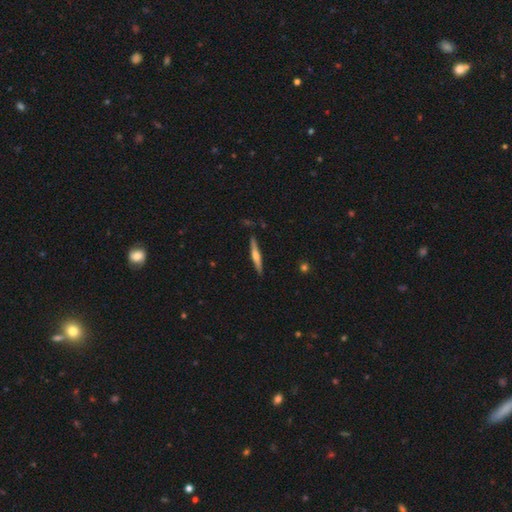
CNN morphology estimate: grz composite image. It shows a featured or disk galaxy (61%) viewed edge-on (97%) with a rounded central bulge (75%). Merging: none (88%).